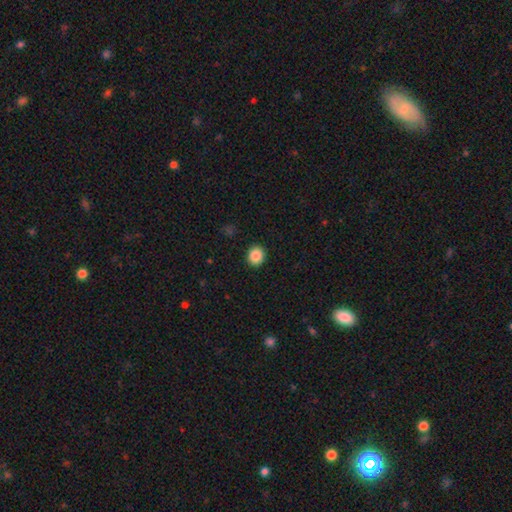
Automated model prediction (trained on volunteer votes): A smooth galaxy with no disk features (87%) that is round (79%). Merging: none (92%).